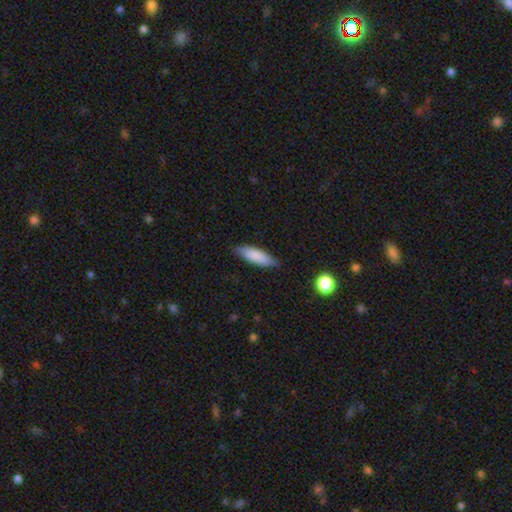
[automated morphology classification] smooth_or_featured: smooth (p=0.85) [alt: featured or disk p=0.09]
how_rounded: cigar-shaped (p=0.51) [alt: in between p=0.48]
merging: none (p=0.82) [alt: minor disturbance p=0.14]